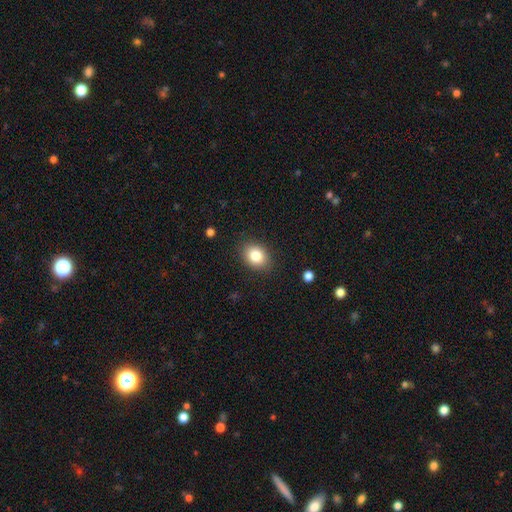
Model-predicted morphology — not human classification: Smooth or featured? smooth (83%)
How rounded? in between (65%)
Merging? none (86%)